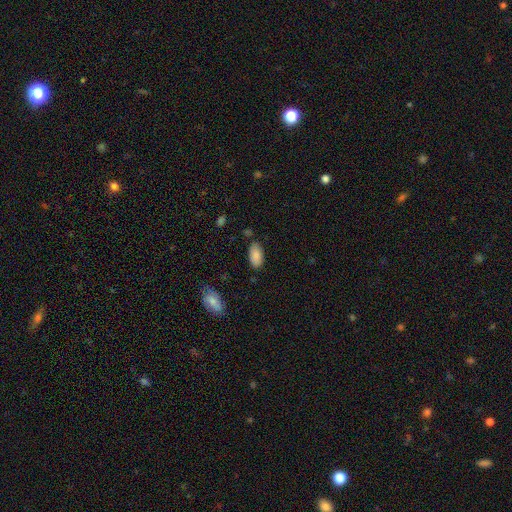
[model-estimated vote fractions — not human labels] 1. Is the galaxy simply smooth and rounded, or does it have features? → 87% smooth, 7% star or artifact, 6% featured or disk.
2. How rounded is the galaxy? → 94% in between, 4% cigar-shaped, 2% round.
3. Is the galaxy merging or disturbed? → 80% none, 14% minor disturbance, 3% major disturbance, 3% merger.